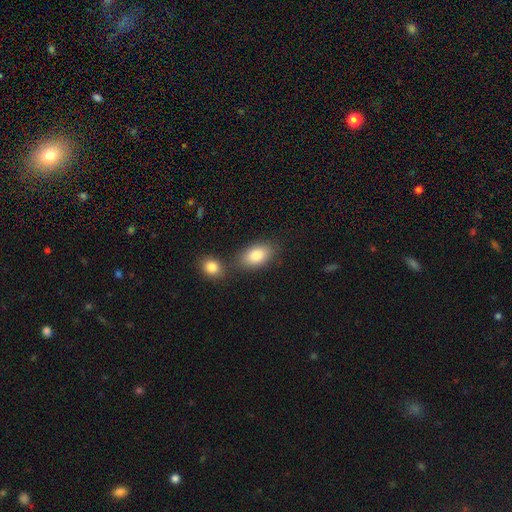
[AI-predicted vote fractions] Smooth or featured? smooth (81%)
How rounded? in between (88%)
Merging? none (64%)